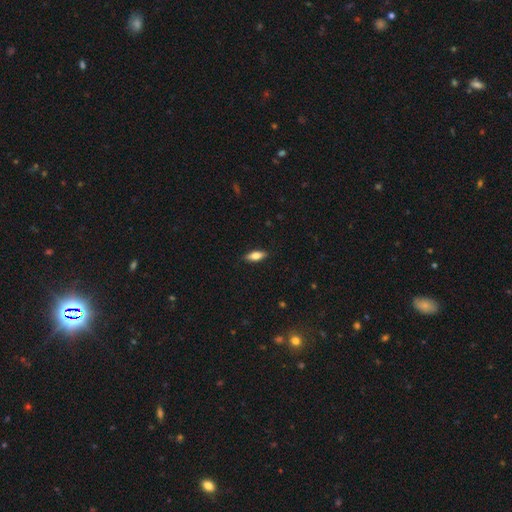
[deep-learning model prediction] A smooth galaxy with no disk features (75%) that is in between round and cigar-shaped (74%).

Vote fractions:
- Smooth or featured? smooth: 75% / featured or disk: 19% / star or artifact: 7%
- How rounded? in between: 74% / cigar-shaped: 23% / round: 3%
- Merging? none: 88% / minor disturbance: 9% / major disturbance: 2% / merger: 1%